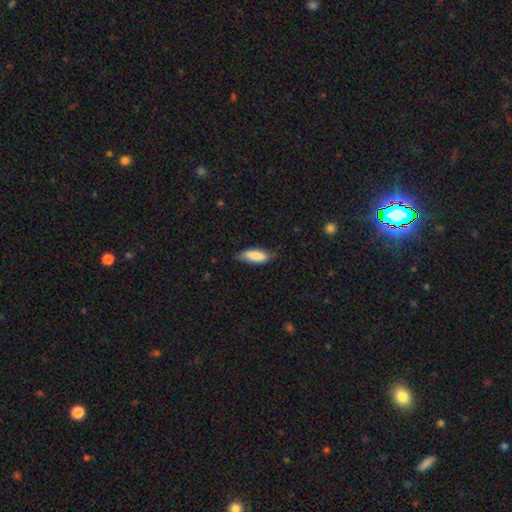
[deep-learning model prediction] This is clearly a smooth galaxy (84%). How rounded: likely in between (70%). Merging: likely none (67%).